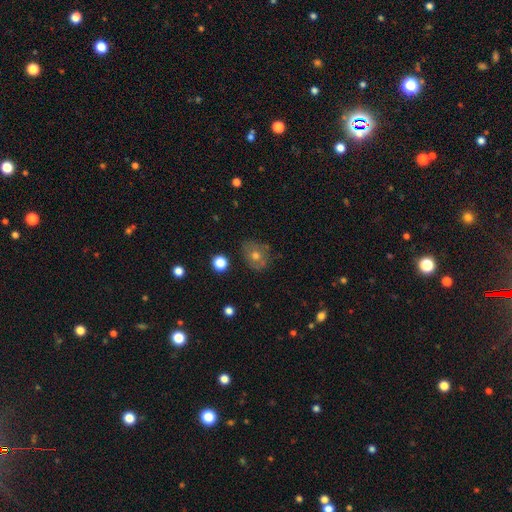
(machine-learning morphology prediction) smooth_or_featured: smooth (p=0.51) [alt: featured or disk p=0.31]
how_rounded: round (p=0.63) [alt: in between p=0.36]
merging: none (p=0.76) [alt: minor disturbance p=0.17]